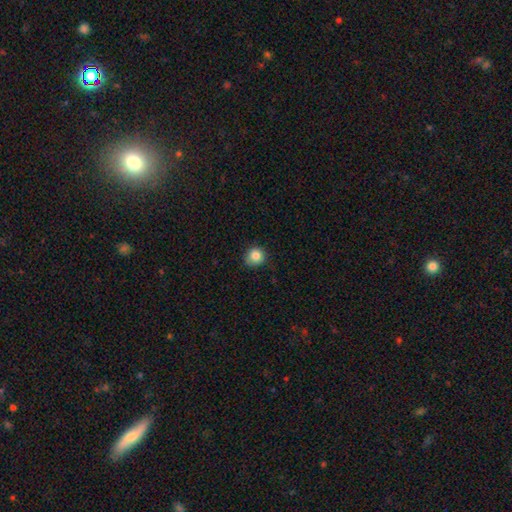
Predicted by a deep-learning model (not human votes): Smooth or featured?
  - smooth: 85% *
  - star or artifact: 10%
  - featured or disk: 5%
How rounded?
  - round: 91% *
  - in between: 8%
  - cigar-shaped: 1%
Merging?
  - none: 81% *
  - minor disturbance: 15%
  - major disturbance: 2%
  - merger: 1%